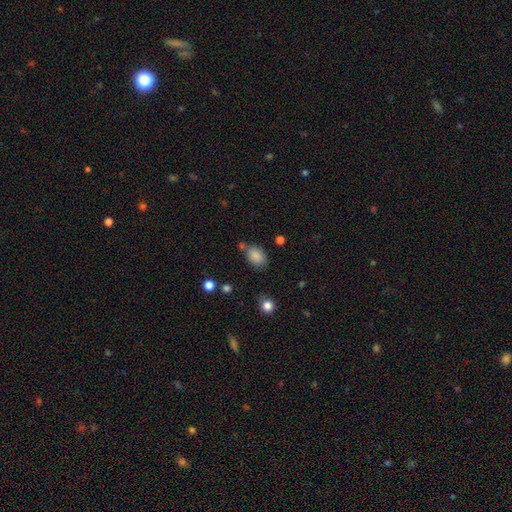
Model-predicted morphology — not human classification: Smooth or featured? smooth (85%)
How rounded? in between (81%)
Merging? none (65%)